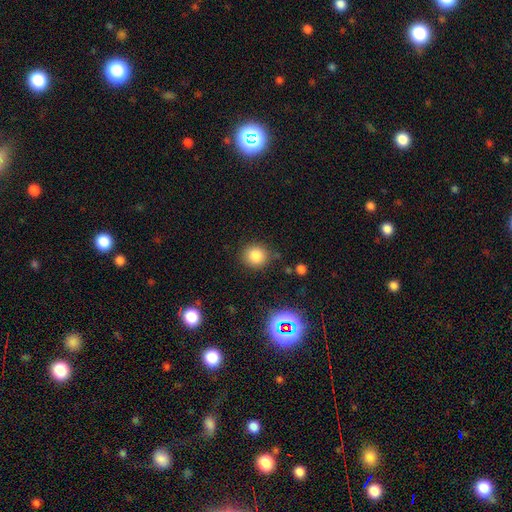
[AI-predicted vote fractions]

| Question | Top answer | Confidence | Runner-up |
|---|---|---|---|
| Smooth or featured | smooth | 81% | star or artifact (13%) |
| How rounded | round | 87% | in between (12%) |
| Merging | none | 83% | minor disturbance (11%) |